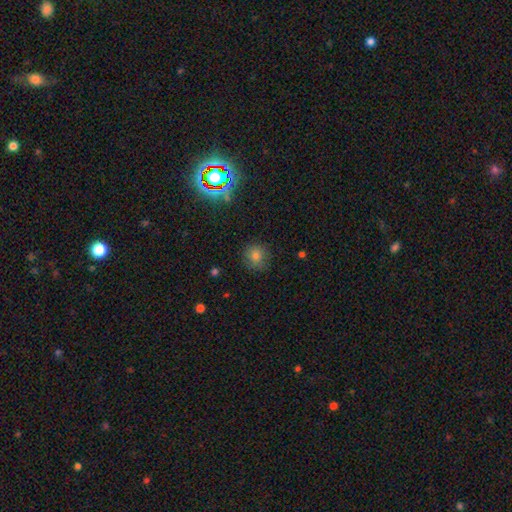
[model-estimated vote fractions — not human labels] This is likely a smooth galaxy (73%). How rounded: clearly round (92%). Merging: clearly none (84%).